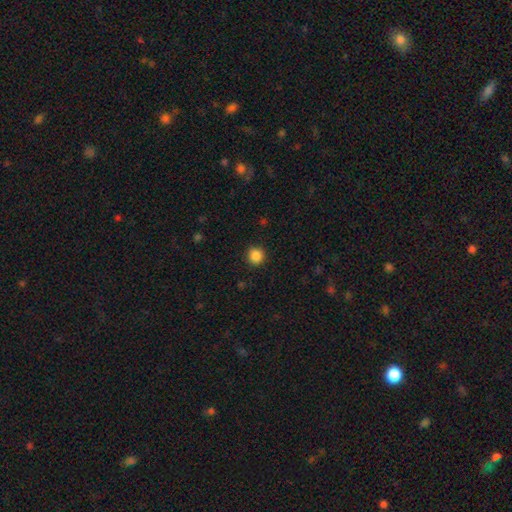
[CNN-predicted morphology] This appears to be a smooth galaxy with no disk features (86%) that is round (94%). Merging: none (91%).